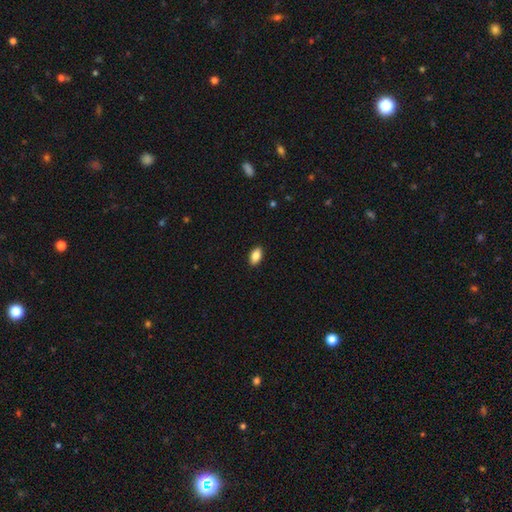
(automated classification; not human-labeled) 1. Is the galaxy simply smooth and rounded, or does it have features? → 86% smooth, 8% star or artifact, 6% featured or disk.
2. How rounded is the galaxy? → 92% in between, 5% round, 4% cigar-shaped.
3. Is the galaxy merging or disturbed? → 90% none, 8% minor disturbance, 2% major disturbance, 1% merger.